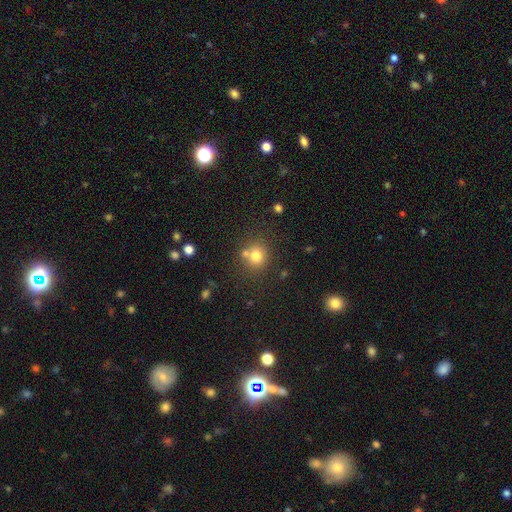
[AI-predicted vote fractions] Smooth or featured? smooth (76%)
How rounded? round (85%)
Merging? none (65%)